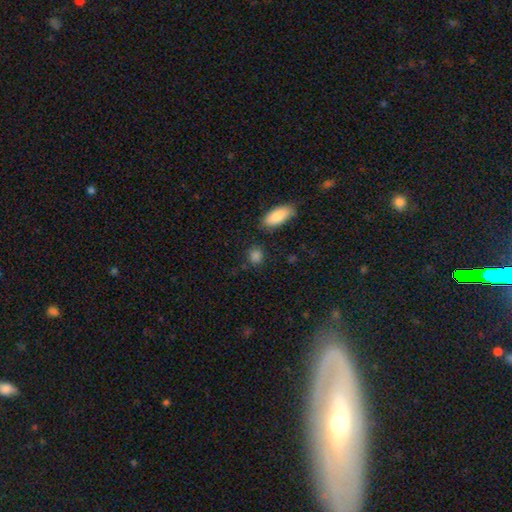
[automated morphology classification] type=smooth (86%); roundness=round (66%); merging=none (81%).